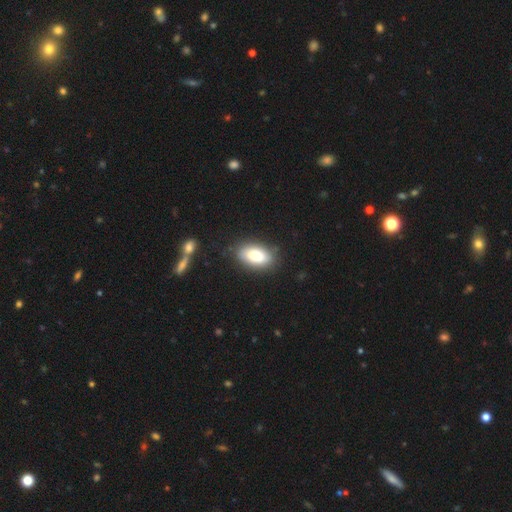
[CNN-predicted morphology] Overall: smooth (84%). How rounded: in between (92%). Merging: none (83%).